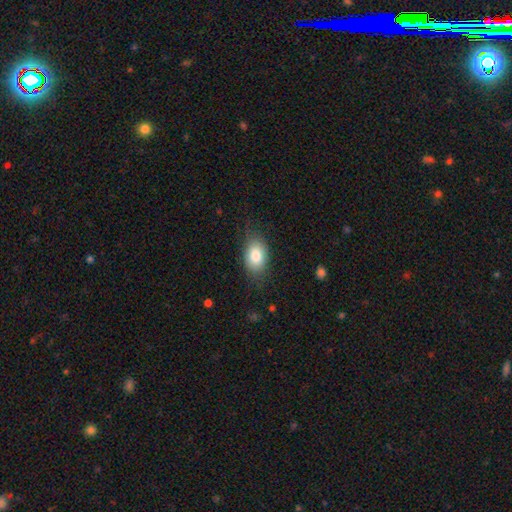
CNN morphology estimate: smooth 81%, featured or disk 12%, star or artifact 7%. Down the decision tree: how rounded — in between (86%); merging — none (74%).